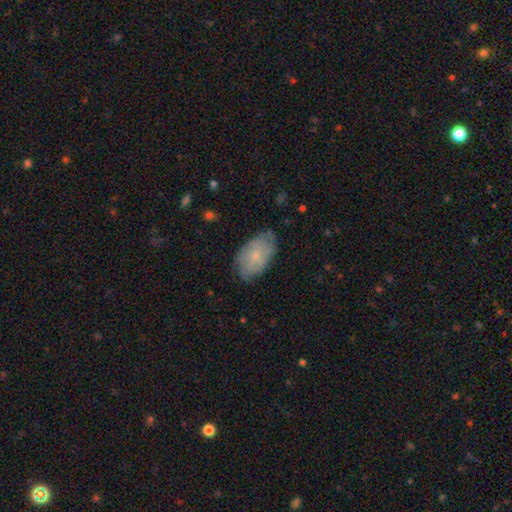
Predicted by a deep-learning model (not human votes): smooth-or-featured: smooth: 60% | featured or disk: 34% | star or artifact: 7%
  how-rounded: in between: 93% | round: 6% | cigar-shaped: 2%
  merging: none: 70% | minor disturbance: 24% | major disturbance: 5% | merger: 1%